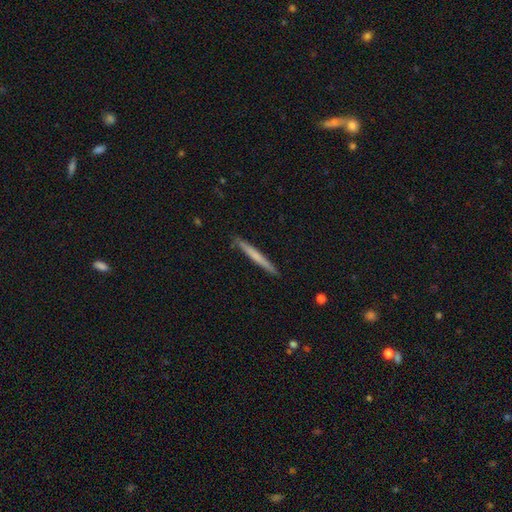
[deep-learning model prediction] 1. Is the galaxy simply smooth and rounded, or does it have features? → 59% smooth, 36% featured or disk, 5% star or artifact.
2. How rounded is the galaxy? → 97% cigar-shaped, 2% in between, 1% round.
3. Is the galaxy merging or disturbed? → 89% none, 8% minor disturbance, 1% major disturbance, 1% merger.